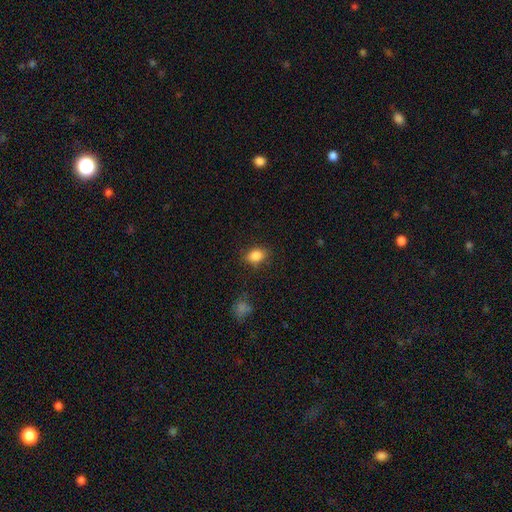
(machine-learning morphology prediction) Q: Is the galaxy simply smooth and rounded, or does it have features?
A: smooth — 85%.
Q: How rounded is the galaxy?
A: in between — 72%.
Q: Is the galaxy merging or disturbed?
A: none — 81%.